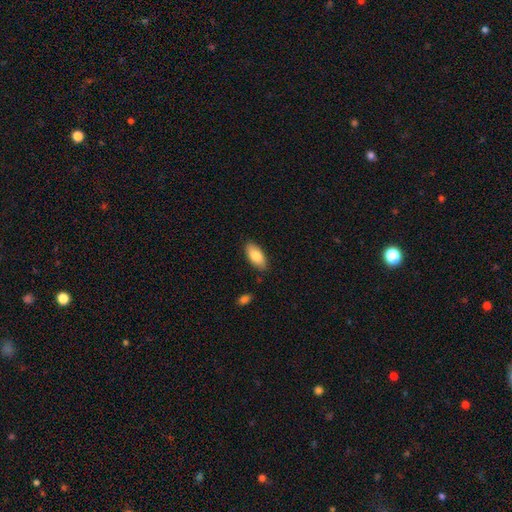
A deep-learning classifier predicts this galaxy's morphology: Smooth or featured? smooth (83%)
How rounded? in between (88%)
Merging? none (85%)